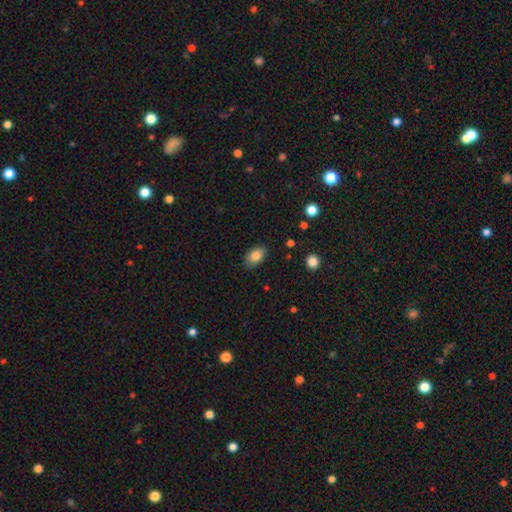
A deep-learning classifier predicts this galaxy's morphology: This is clearly a smooth galaxy (84%). How rounded: clearly in between (88%). Merging: clearly none (83%).